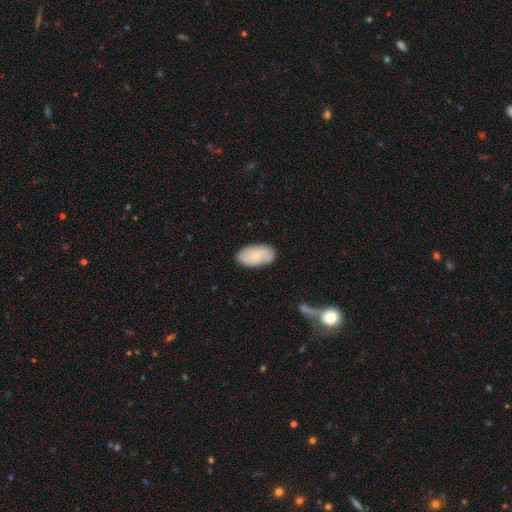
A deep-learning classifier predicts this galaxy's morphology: Smooth or featured?
  - smooth: 65% *
  - featured or disk: 28%
  - star or artifact: 7%
How rounded?
  - in between: 94% *
  - round: 3%
  - cigar-shaped: 2%
Merging?
  - none: 83% *
  - minor disturbance: 13%
  - major disturbance: 3%
  - merger: 1%